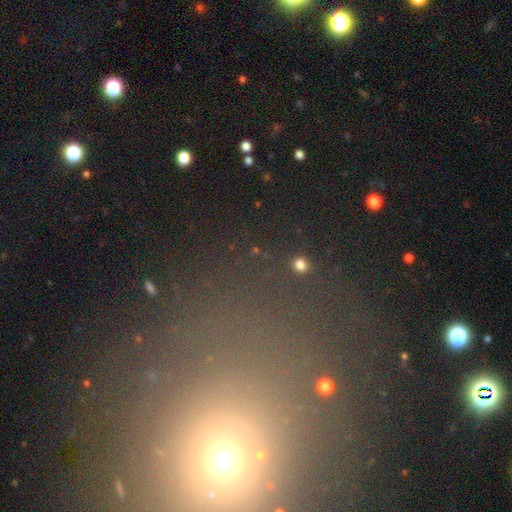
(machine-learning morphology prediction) smooth-or-featured: star or artifact: 60% | smooth: 27% | featured or disk: 13%